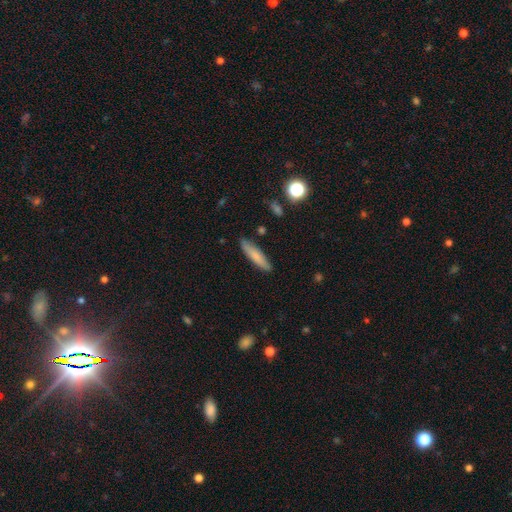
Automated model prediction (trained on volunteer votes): Overall: smooth (76%). How rounded: cigar-shaped (82%). Merging: none (87%).